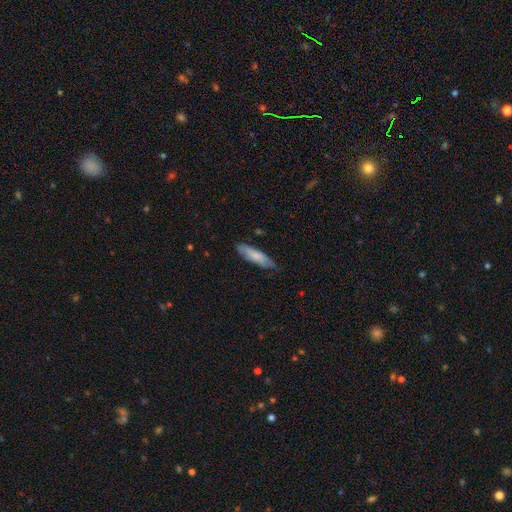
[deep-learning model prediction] This appears to be a smooth galaxy with no disk features (73%) that is cigar-shaped (63%). Merging: none (77%).